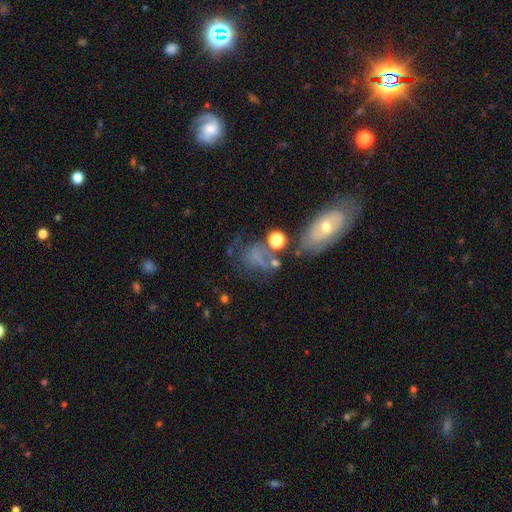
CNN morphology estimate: A smooth galaxy with no disk features (51%) that is round (54%).

Vote fractions:
- Smooth or featured? smooth: 51% / featured or disk: 28% / star or artifact: 21%
- How rounded? round: 54% / in between: 43% / cigar-shaped: 2%
- Merging? none: 35% / major disturbance: 29% / minor disturbance: 19% / merger: 17%